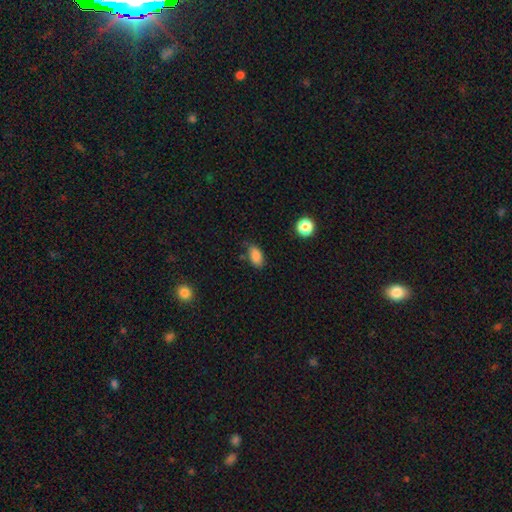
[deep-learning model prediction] smooth 85%, star or artifact 9%, featured or disk 6%. Down the decision tree: how rounded — in between (89%); merging — none (67%).